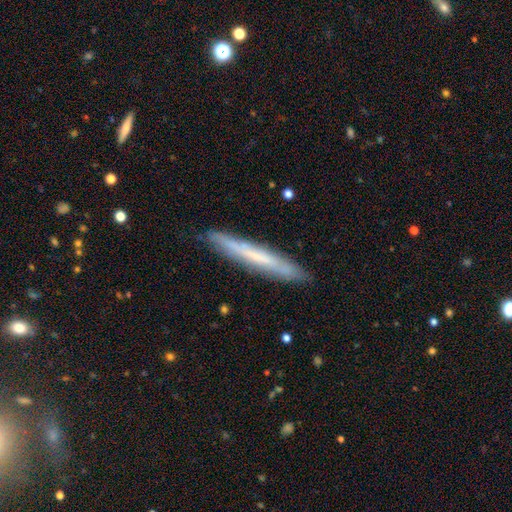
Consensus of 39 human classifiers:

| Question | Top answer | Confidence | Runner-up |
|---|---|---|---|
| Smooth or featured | smooth | 49% | featured or disk (46%) |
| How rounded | cigar-shaped | 89% | in between (11%) |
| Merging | none | 86% | minor disturbance (14%) |